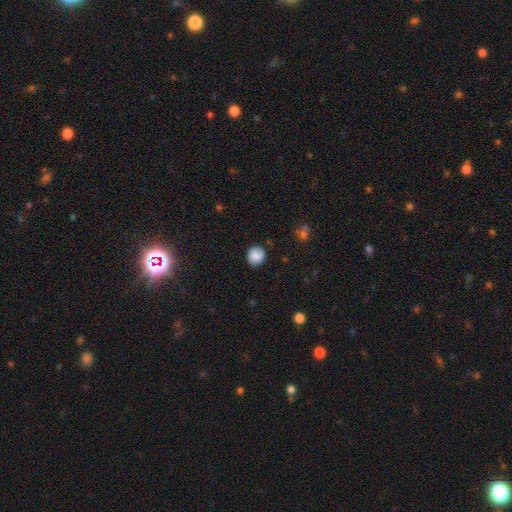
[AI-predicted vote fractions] This appears to be a smooth galaxy with no disk features (85%) that is round (90%). Merging: none (87%).